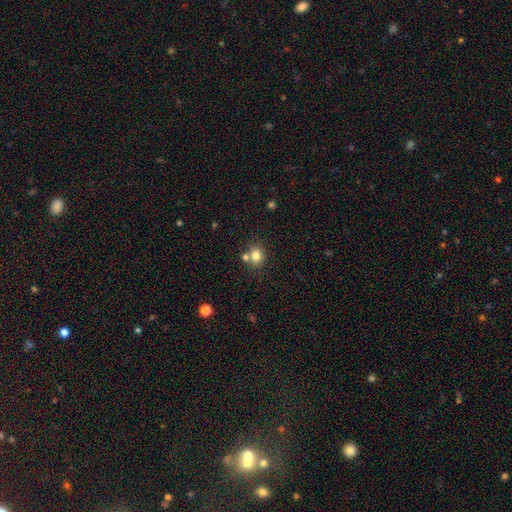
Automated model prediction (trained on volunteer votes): A smooth galaxy with no disk features (80%) that is round (72%).

Vote fractions:
- Smooth or featured? smooth: 80% / star or artifact: 12% / featured or disk: 8%
- How rounded? round: 72% / in between: 27% / cigar-shaped: 1%
- Merging? none: 62% / merger: 25% / minor disturbance: 10% / major disturbance: 3%